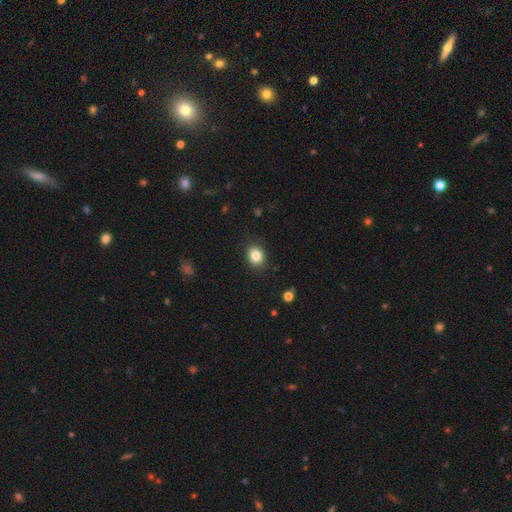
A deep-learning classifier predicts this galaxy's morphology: This is clearly a smooth galaxy (84%). How rounded: possibly round (58%). Merging: clearly none (88%).